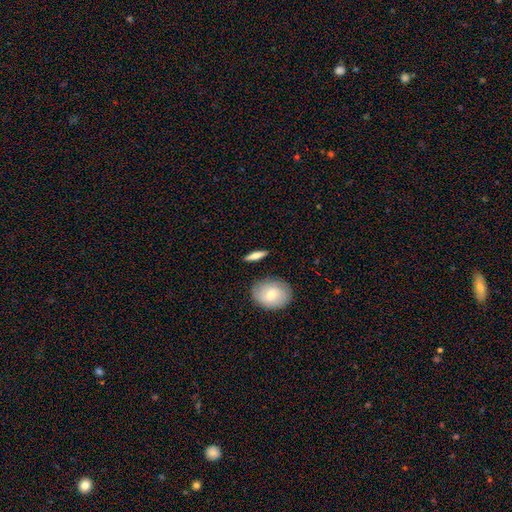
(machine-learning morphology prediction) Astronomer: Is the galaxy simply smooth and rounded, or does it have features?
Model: smooth — 64%.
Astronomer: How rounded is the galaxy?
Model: cigar-shaped — 55% (runner-up: in between, 38%).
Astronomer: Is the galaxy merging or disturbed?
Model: none — 85%.